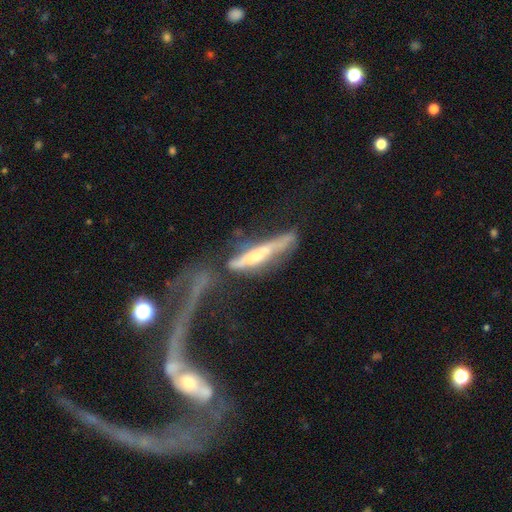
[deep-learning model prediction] Overall: featured or disk (66%). Edge-on disk: yes (74%). Merging: none (31%; major disturbance 28%).